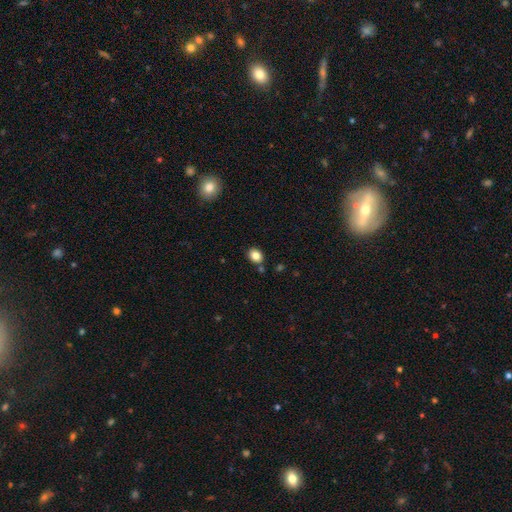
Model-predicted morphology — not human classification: Smooth or featured? smooth (84%)
How rounded? in between (50%)
Merging? none (80%)